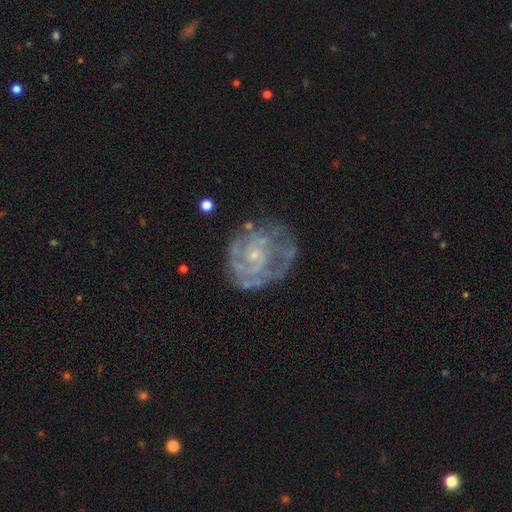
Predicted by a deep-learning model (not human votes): The model was most divided on "spiral arm count": can't tell: 42%, 2: 23%, 3: 17%, 4: 7%, 1: 7%, more than 4: 5%. More confident: edge-on disk — no (98%); spiral arms — yes (81%); smooth or featured — featured or disk (80%); bulge size — small (77%); bar — no (77%); spiral winding — tight (60%); merging — none (59%).